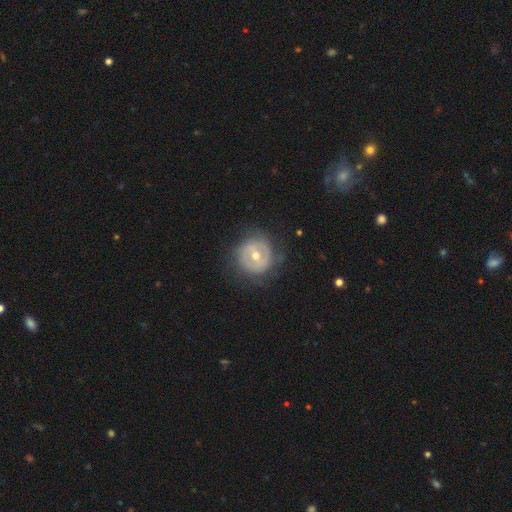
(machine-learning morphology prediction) A featured or disk galaxy (64%) with no bar (50%), spiral arms (54%) and a moderate central bulge (65%). Merging: none (72%).